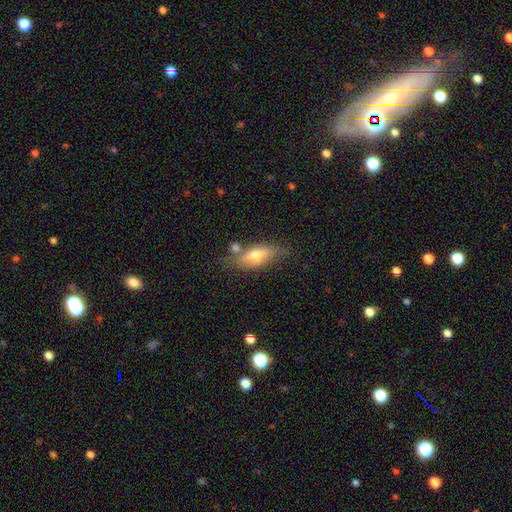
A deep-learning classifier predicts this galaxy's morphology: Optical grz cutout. It shows a smooth galaxy with no disk features (52%) that is in between round and cigar-shaped (65%). Merging: none (60%).